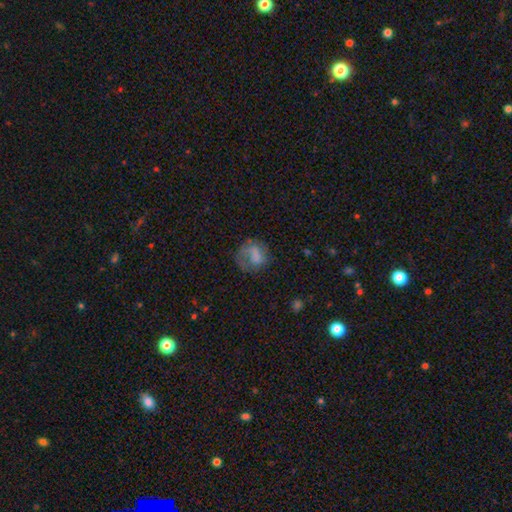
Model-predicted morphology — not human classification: A smooth galaxy with no disk features (64%) that is round (70%). Merging: none (44%).